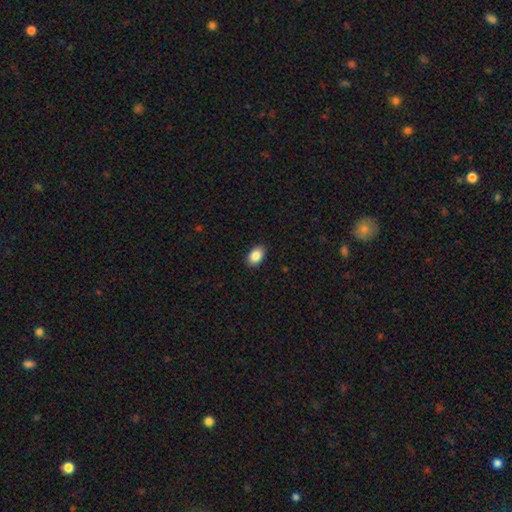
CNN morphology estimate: The model was most divided on "how rounded": in between: 87%, round: 11%, cigar-shaped: 1%. More confident: merging — none (89%); smooth or featured — smooth (88%).